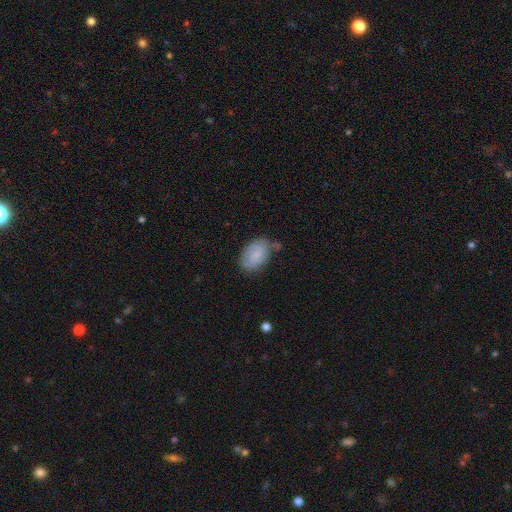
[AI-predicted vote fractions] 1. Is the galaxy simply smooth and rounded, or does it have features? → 77% smooth, 16% featured or disk, 7% star or artifact.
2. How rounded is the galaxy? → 91% in between, 8% round, 1% cigar-shaped.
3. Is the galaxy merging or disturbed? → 59% none, 27% minor disturbance, 7% major disturbance, 7% merger.